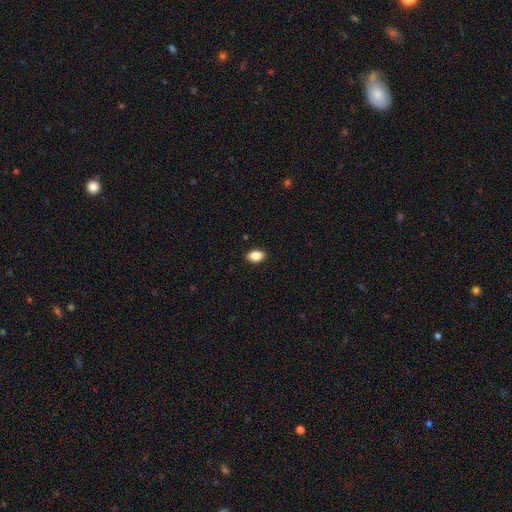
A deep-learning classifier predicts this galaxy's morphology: This appears to be a smooth galaxy with no disk features (86%) that is in between round and cigar-shaped (85%). Merging: none (89%).